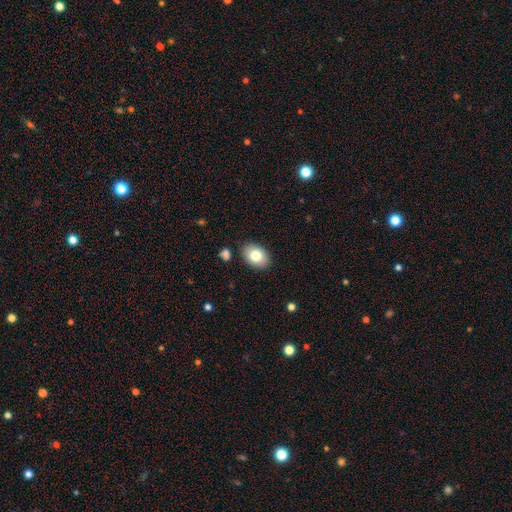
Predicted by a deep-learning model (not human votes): This appears to be a smooth galaxy with no disk features (80%) that is in between round and cigar-shaped (82%). Merging: none (87%).